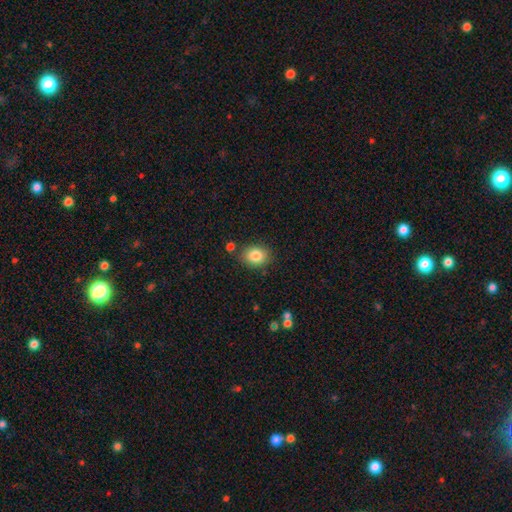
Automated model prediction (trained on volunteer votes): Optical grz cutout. It shows a smooth galaxy with no disk features (84%) that is round (50%). Merging: none (83%).